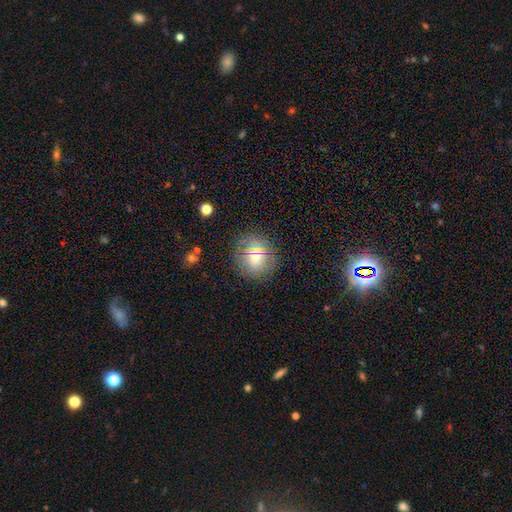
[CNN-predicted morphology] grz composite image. It shows a smooth galaxy with no disk features (68%) that is round (90%). Merging: none (84%).